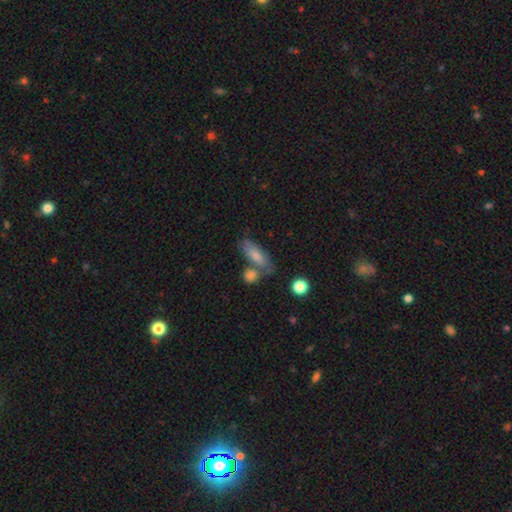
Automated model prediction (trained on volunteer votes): smooth_or_featured: smooth (p=0.67) [alt: featured or disk p=0.22]
how_rounded: in between (p=0.62) [alt: cigar-shaped p=0.33]
merging: none (p=0.56) [alt: merger p=0.23]